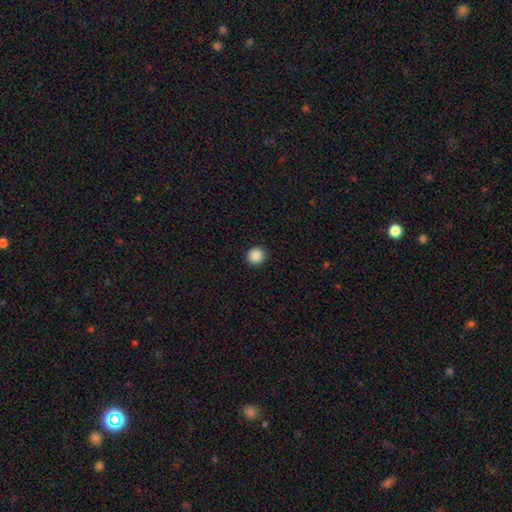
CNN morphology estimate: Smooth or featured: smooth — 89% (star or artifact — 9%)
How rounded: round — 92% (in between — 7%)
Merging: none — 93% (minor disturbance — 4%)